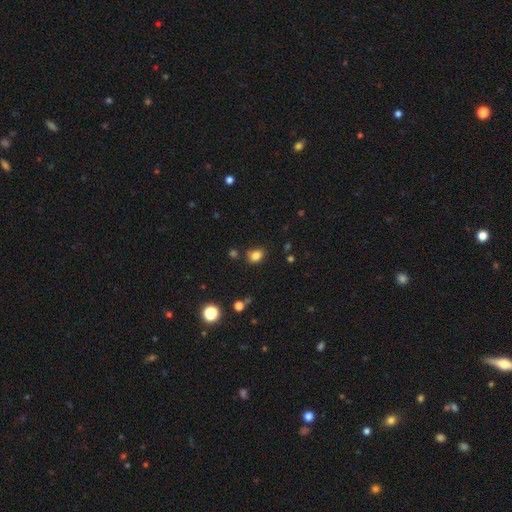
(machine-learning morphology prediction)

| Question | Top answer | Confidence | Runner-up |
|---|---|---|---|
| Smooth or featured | smooth | 82% | star or artifact (13%) |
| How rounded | in between | 56% | round (43%) |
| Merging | none | 77% | minor disturbance (15%) |